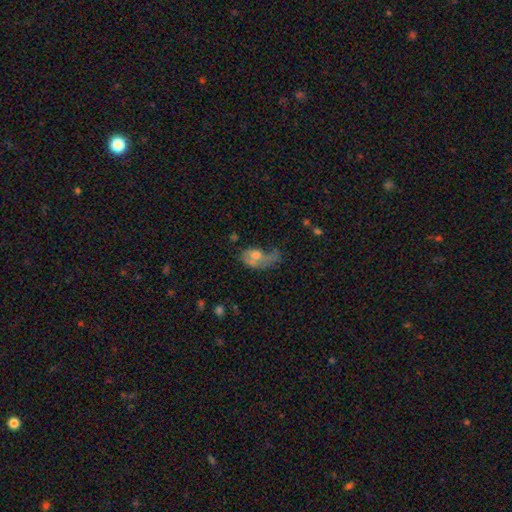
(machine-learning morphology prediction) The model was most divided on "smooth or featured": smooth: 46%, featured or disk: 44%, star or artifact: 10%. More confident: merging — major disturbance (53%).